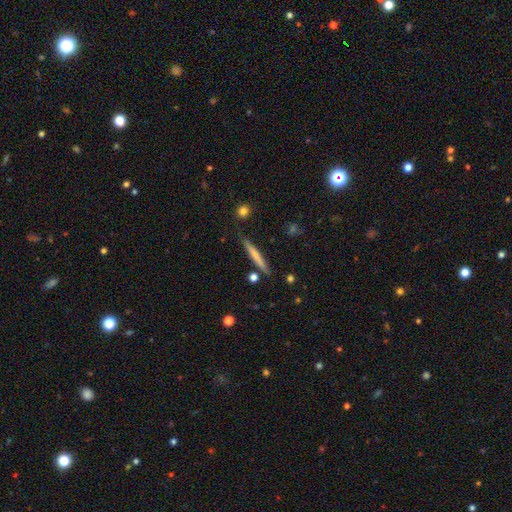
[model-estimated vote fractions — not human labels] This appears to be a smooth galaxy with no disk features (61%) that is cigar-shaped (95%). Merging: none (85%).